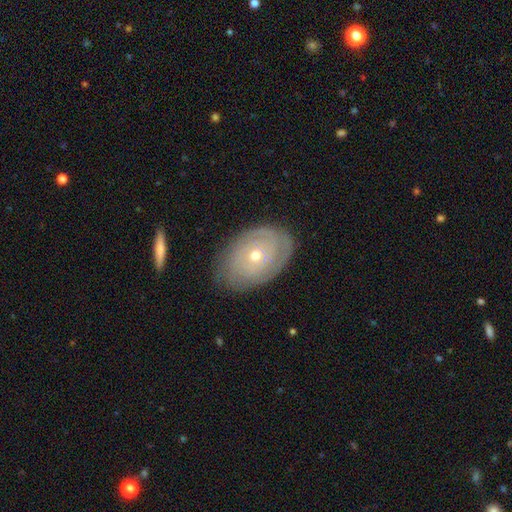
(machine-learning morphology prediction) Smooth or featured? featured or disk (70%)
Edge-on disk? no (93%)
Bar? no (86%)
Spiral arms? yes (73%)
Bulge size? small (56%)
Merging? none (79%)